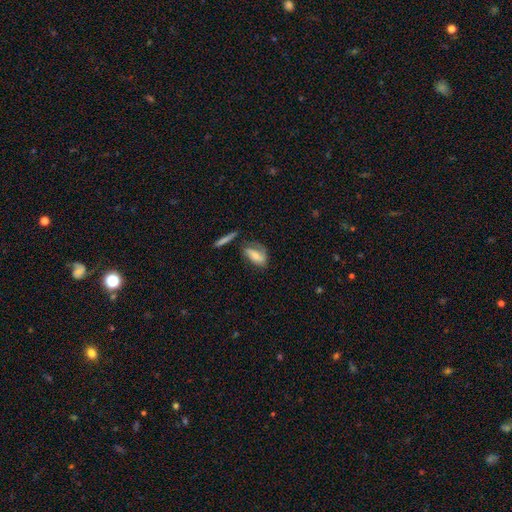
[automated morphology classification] The model was most divided on "smooth or featured": smooth: 54%, featured or disk: 39%, star or artifact: 8%. Remaining: how rounded — in between (80%); merging — none (47%).